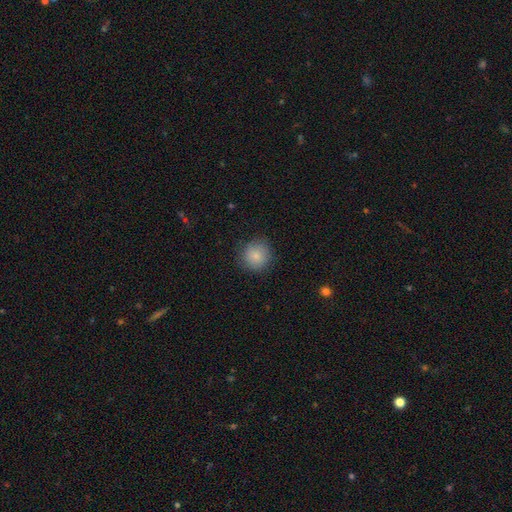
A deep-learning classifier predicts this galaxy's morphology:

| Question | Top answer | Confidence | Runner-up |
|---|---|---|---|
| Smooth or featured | smooth | 84% | star or artifact (9%) |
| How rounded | round | 92% | in between (7%) |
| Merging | none | 84% | minor disturbance (12%) |